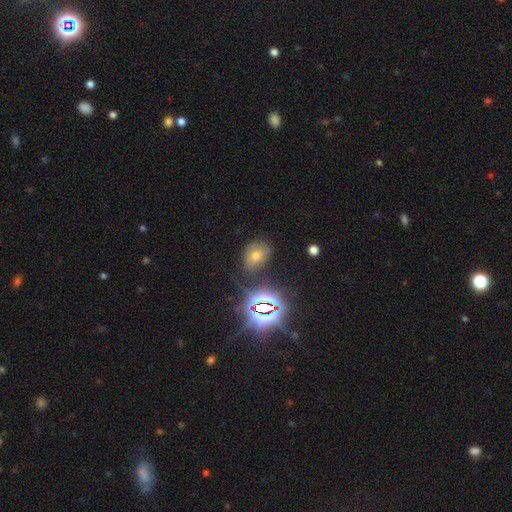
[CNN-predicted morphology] This is marginally a star or artifact rather than a galaxy (44%).